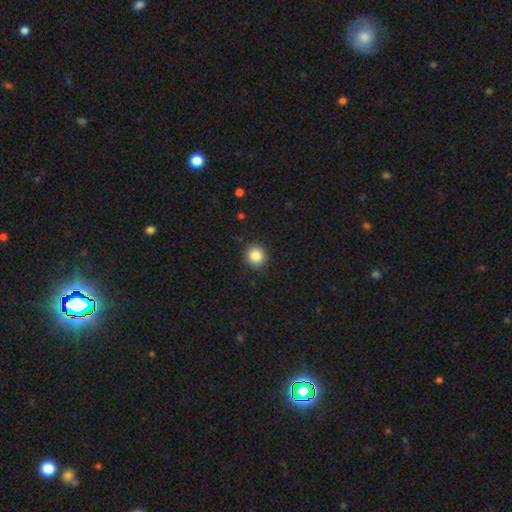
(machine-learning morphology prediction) A smooth galaxy with no disk features (87%) that is round (91%).

Vote fractions:
- Smooth or featured? smooth: 87% / star or artifact: 9% / featured or disk: 4%
- How rounded? round: 91% / in between: 8% / cigar-shaped: 1%
- Merging? none: 90% / minor disturbance: 7% / major disturbance: 2% / merger: 1%